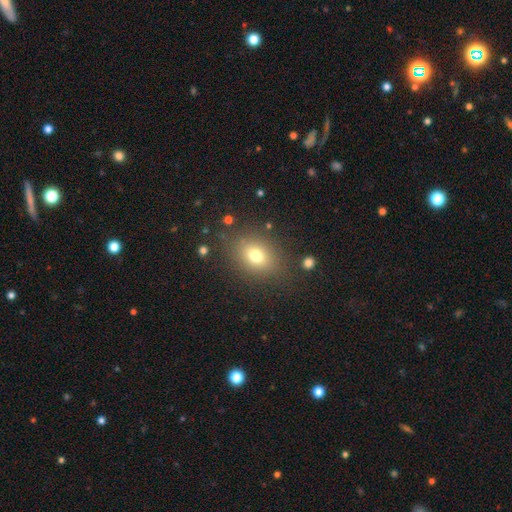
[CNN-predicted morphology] The model was most divided on "how rounded": in between: 61%, round: 37%, cigar-shaped: 1%. More confident: merging — none (81%); smooth or featured — smooth (73%).